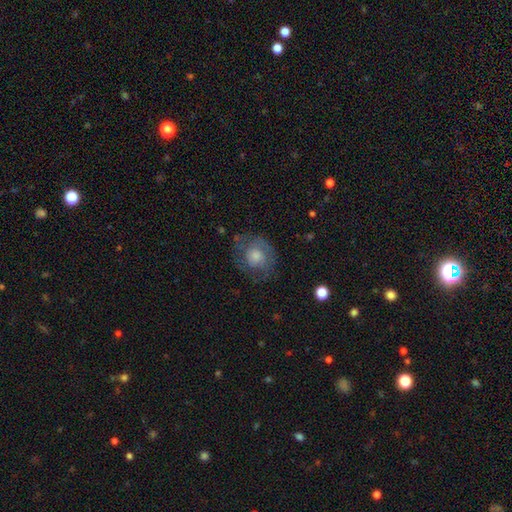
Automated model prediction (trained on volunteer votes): Smooth or featured: featured or disk — 53% (smooth — 37%)
Edge-on disk: no — 97% (yes — 3%)
Bar: no — 81% (weak — 17%)
Spiral arms: yes — 72% (no — 28%)
Bulge size: moderate — 50% (large — 24%)
Merging: none — 72% (minor disturbance — 18%)